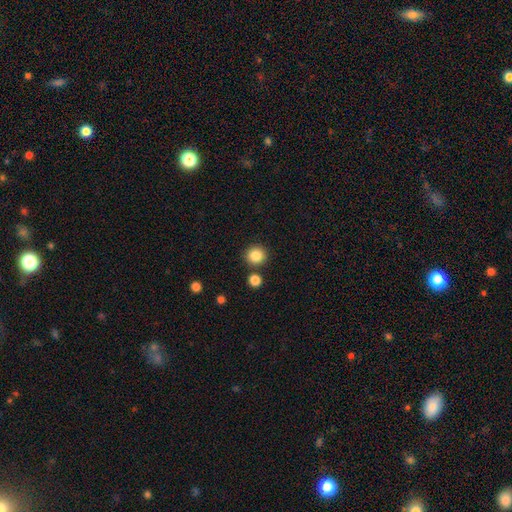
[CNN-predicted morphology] This is clearly a smooth galaxy (86%). How rounded: clearly round (92%). Merging: clearly none (85%).